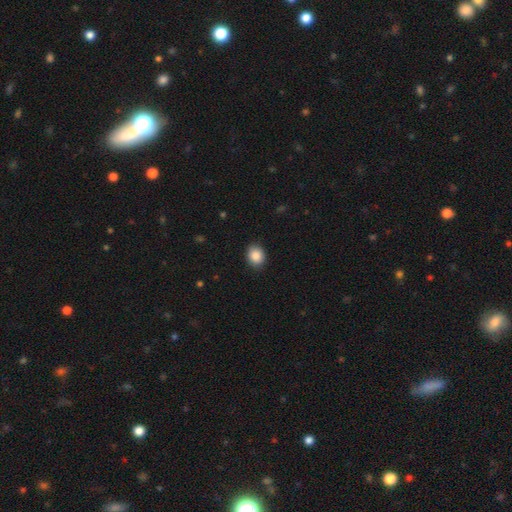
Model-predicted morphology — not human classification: Smooth or featured? smooth (88%)
How rounded? round (52%)
Merging? none (88%)